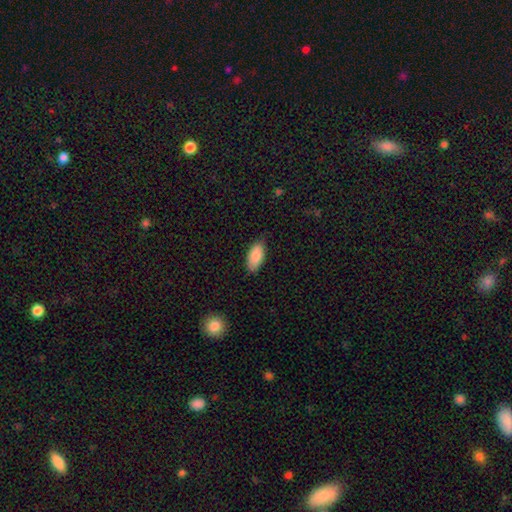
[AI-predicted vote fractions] smooth-or-featured: smooth: 88% | featured or disk: 6% | star or artifact: 6%
  how-rounded: in between: 92% | cigar-shaped: 6% | round: 2%
  merging: none: 81% | minor disturbance: 15% | major disturbance: 2% | merger: 1%